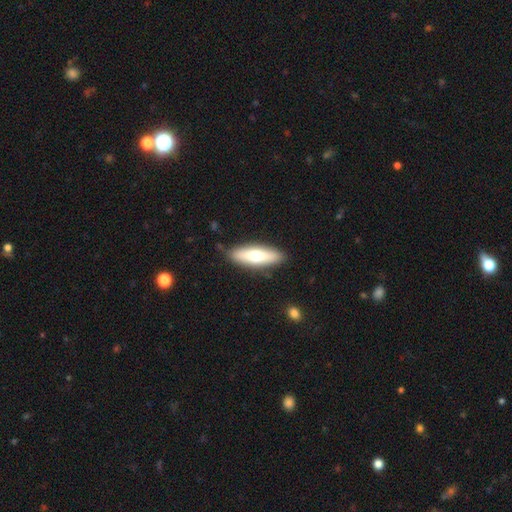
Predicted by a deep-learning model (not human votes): Smooth or featured?
  - smooth: 66% *
  - featured or disk: 28%
  - star or artifact: 6%
How rounded?
  - cigar-shaped: 53% *
  - in between: 45%
  - round: 2%
Merging?
  - none: 85% *
  - minor disturbance: 11%
  - major disturbance: 2%
  - merger: 2%